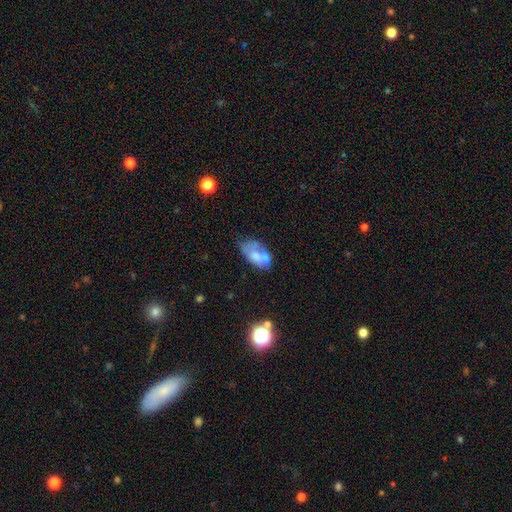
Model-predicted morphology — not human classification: This is possibly a smooth galaxy (50%). Merging: marginally none (31%).